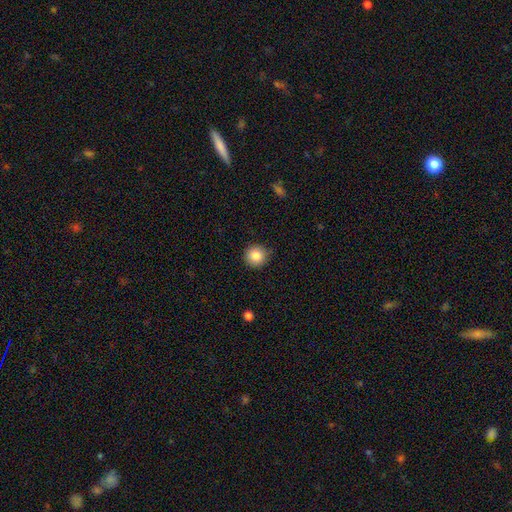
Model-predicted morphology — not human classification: Smooth or featured?
  - smooth: 86% *
  - star or artifact: 9%
  - featured or disk: 5%
How rounded?
  - round: 93% *
  - in between: 6%
  - cigar-shaped: 1%
Merging?
  - none: 87% *
  - minor disturbance: 10%
  - major disturbance: 2%
  - merger: 1%